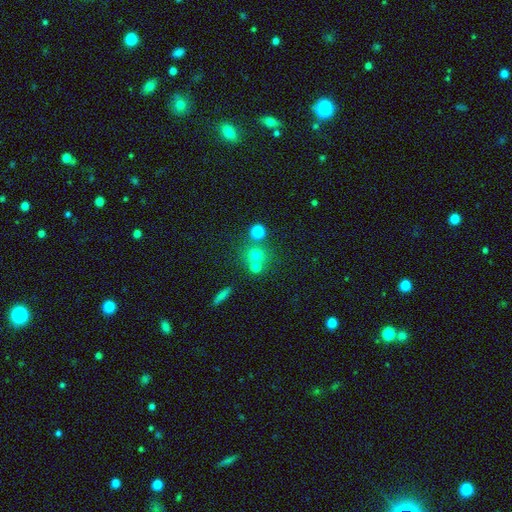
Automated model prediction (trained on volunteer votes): smooth 70%, star or artifact 18%, featured or disk 13%. Down the decision tree: how rounded — round (88%); merging — none (54%).